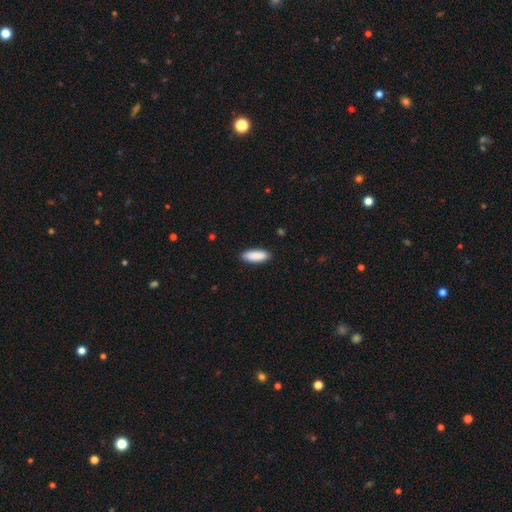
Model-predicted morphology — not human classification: Smooth or featured: smooth — 91% (star or artifact — 6%)
How rounded: in between — 71% (cigar-shaped — 27%)
Merging: none — 89% (minor disturbance — 8%)